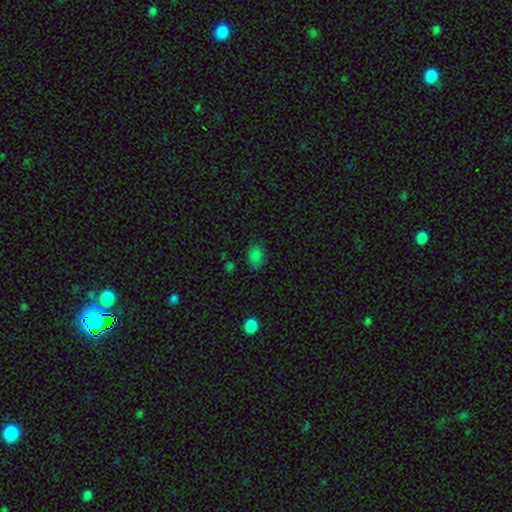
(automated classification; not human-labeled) This is clearly a smooth galaxy (80%). How rounded: likely in between (79%). Merging: likely none (77%).